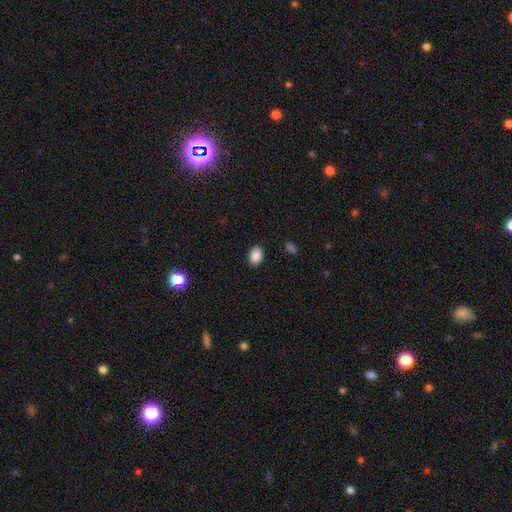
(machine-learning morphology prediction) This is clearly a smooth galaxy (88%). How rounded: likely in between (75%). Merging: clearly none (87%).